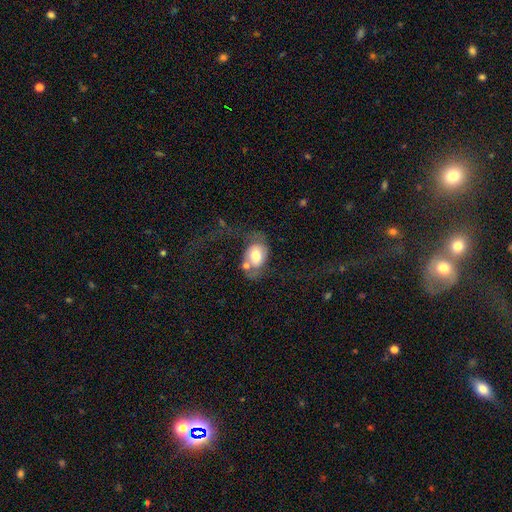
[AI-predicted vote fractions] A smooth galaxy with no disk features (58%) that is in between round and cigar-shaped (74%).

Vote fractions:
- Smooth or featured? smooth: 58% / featured or disk: 34% / star or artifact: 8%
- How rounded? in between: 74% / round: 25% / cigar-shaped: 1%
- Merging? major disturbance: 35% / none: 26% / merger: 21% / minor disturbance: 18%